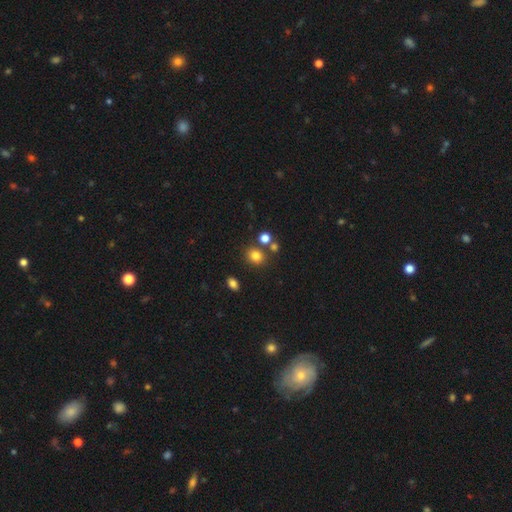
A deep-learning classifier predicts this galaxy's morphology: Overall: smooth (79%). How rounded: round (70%). Merging: none (75%).